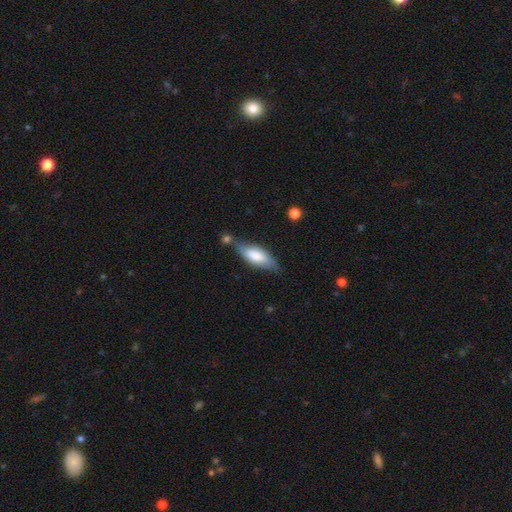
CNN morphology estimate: Smooth or featured: smooth — 73% (featured or disk — 21%)
How rounded: in between — 72% (cigar-shaped — 26%)
Merging: none — 58% (minor disturbance — 24%)